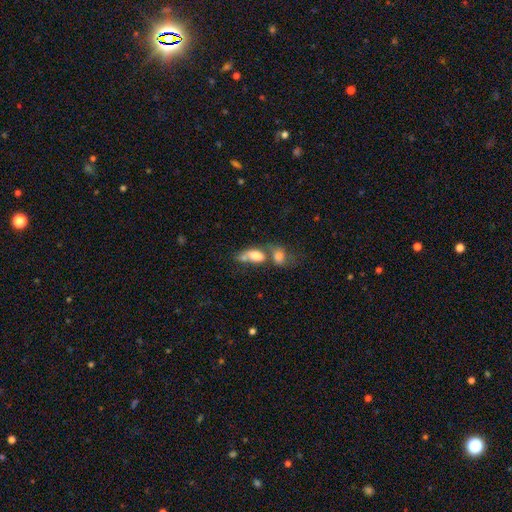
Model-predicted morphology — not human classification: Smooth or featured? Predicted: smooth (p=0.74). How rounded? Predicted: in between (p=0.82). Merging? Predicted: merger (p=0.66).